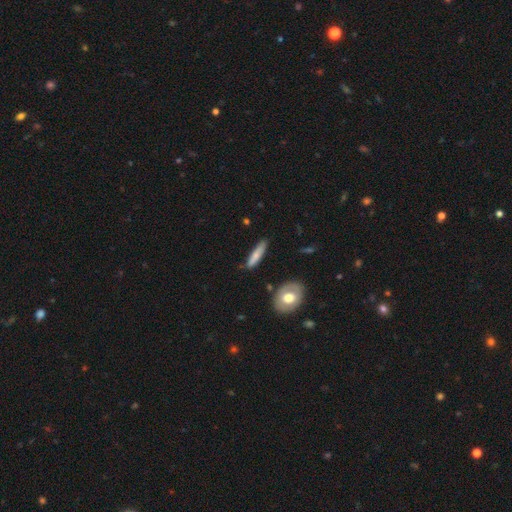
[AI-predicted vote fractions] smooth 68%, featured or disk 26%, star or artifact 6%. Down the decision tree: how rounded — cigar-shaped (81%); merging — none (81%).